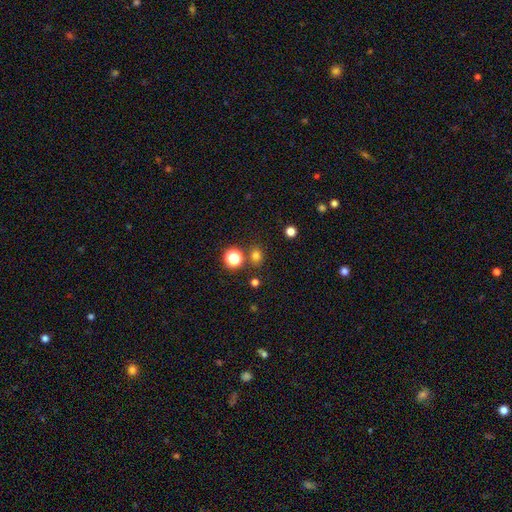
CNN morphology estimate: type=smooth (75%); roundness=round (78%); merging=none (80%).